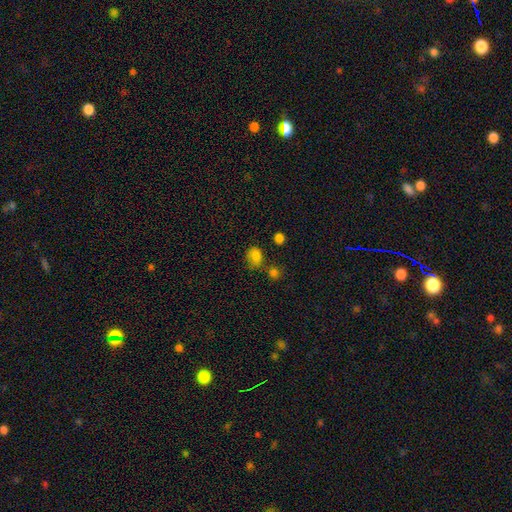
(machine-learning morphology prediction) type=smooth (79%); roundness=in between (52%); merging=none (57%).